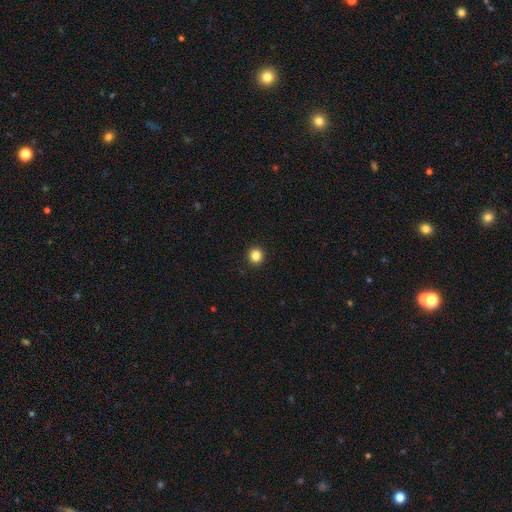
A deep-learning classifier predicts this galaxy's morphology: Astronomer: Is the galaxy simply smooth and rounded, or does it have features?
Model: smooth — 85%.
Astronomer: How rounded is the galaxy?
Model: round — 92%.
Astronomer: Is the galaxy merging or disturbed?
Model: none — 93%.